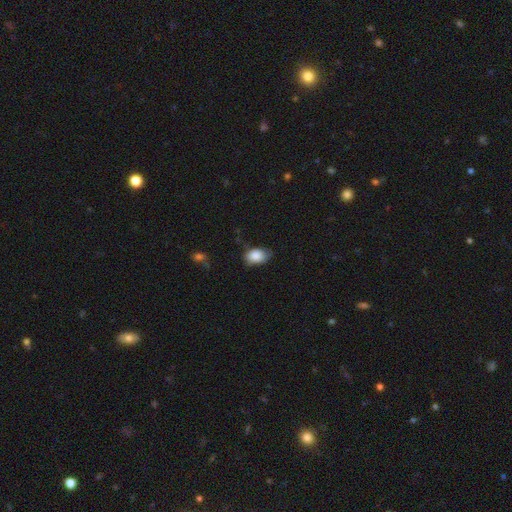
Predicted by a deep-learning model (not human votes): A smooth galaxy with no disk features (85%) that is in between round and cigar-shaped (81%).

Vote fractions:
- Smooth or featured? smooth: 85% / star or artifact: 7% / featured or disk: 7%
- How rounded? in between: 81% / round: 18% / cigar-shaped: 1%
- Merging? none: 59% / minor disturbance: 32% / major disturbance: 7% / merger: 2%